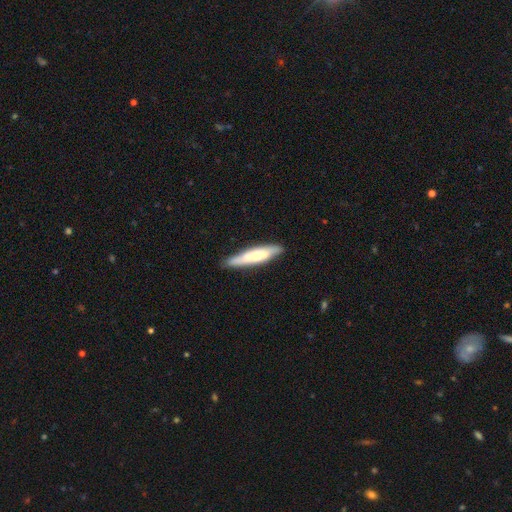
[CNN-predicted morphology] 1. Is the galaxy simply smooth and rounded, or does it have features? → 59% smooth, 36% featured or disk, 5% star or artifact.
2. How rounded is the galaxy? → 84% cigar-shaped, 14% in between, 1% round.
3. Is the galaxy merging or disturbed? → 84% none, 13% minor disturbance, 2% major disturbance, 1% merger.